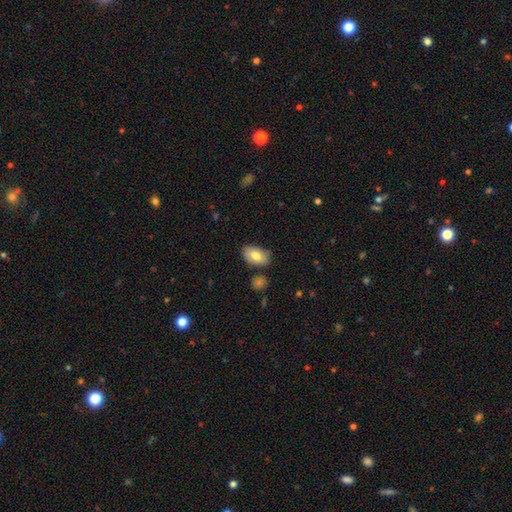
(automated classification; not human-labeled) A smooth galaxy with no disk features (77%) that is in between round and cigar-shaped (92%).

Vote fractions:
- Smooth or featured? smooth: 77% / featured or disk: 16% / star or artifact: 7%
- How rounded? in between: 92% / round: 7% / cigar-shaped: 1%
- Merging? none: 75% / minor disturbance: 17% / merger: 4% / major disturbance: 3%